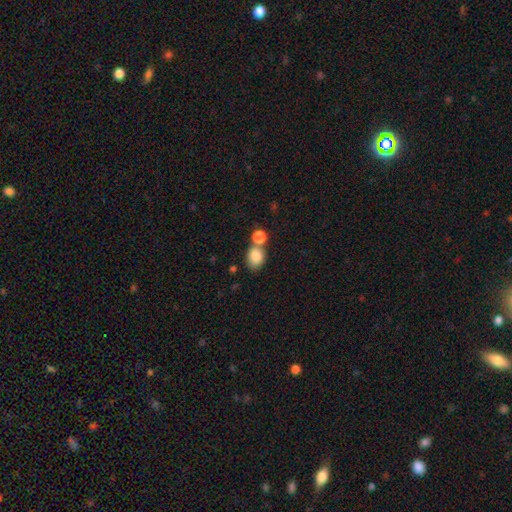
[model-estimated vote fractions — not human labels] This appears to be a smooth galaxy with no disk features (85%) that is round (52%). Merging: none (49%).